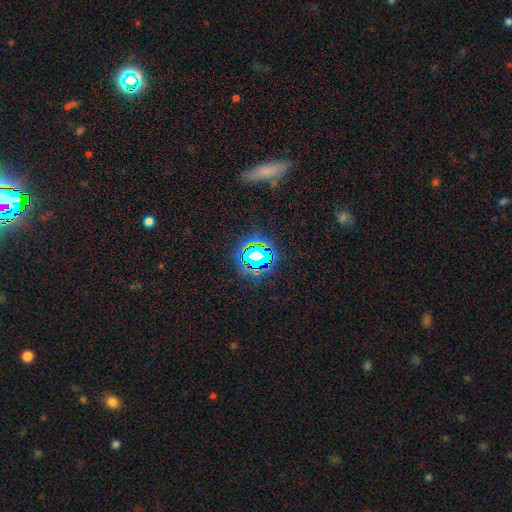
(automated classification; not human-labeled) Q: Smooth or featured?
A: star or artifact (65%); runner-up: smooth (21%)